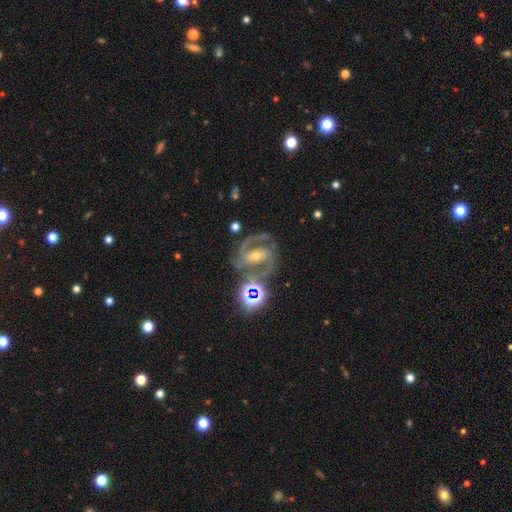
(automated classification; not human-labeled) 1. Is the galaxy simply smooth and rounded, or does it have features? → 86% featured or disk, 10% star or artifact, 4% smooth.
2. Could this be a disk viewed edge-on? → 97% no, 3% yes.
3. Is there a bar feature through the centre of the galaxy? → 47% strong, 34% weak, 18% no.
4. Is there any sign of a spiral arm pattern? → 97% yes, 3% no.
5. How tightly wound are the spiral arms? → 52% medium, 37% tight, 11% loose.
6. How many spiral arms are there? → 77% 2, 11% 3, 5% can't tell, 3% 1, 2% 4, 2% more than 4.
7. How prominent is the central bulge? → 54% small, 42% moderate, 2% large, 1% none, 1% dominant.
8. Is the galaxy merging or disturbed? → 67% none, 14% minor disturbance, 10% merger, 8% major disturbance.